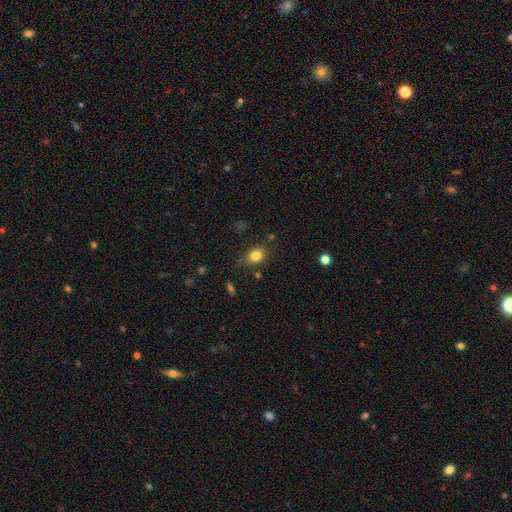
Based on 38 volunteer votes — Q: Smooth or featured?
A: smooth (79%); runner-up: featured or disk (13%)
Q: How rounded?
A: in between (57%); runner-up: round (43%)
Q: Merging?
A: none (69%); runner-up: minor disturbance (26%)